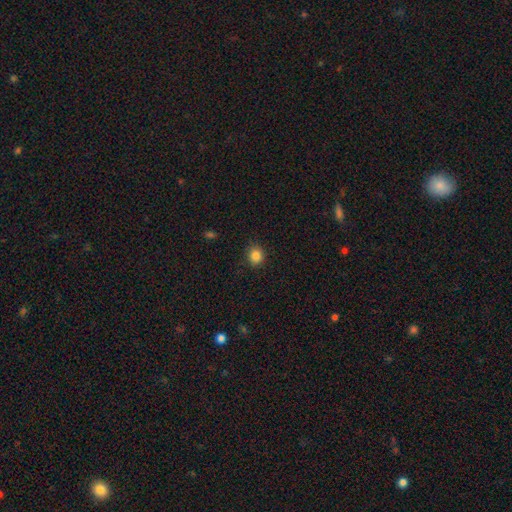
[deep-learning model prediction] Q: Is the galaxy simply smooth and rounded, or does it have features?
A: smooth — 85%.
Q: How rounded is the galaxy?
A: round — 78%.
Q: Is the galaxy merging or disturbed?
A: none — 87%.